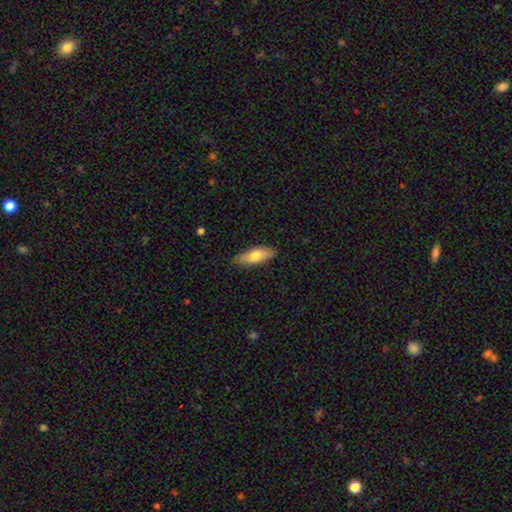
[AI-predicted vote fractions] smooth_or_featured: smooth (p=0.69) [alt: featured or disk p=0.25]
how_rounded: in between (p=0.67) [alt: cigar-shaped p=0.31]
merging: none (p=0.84) [alt: minor disturbance p=0.13]